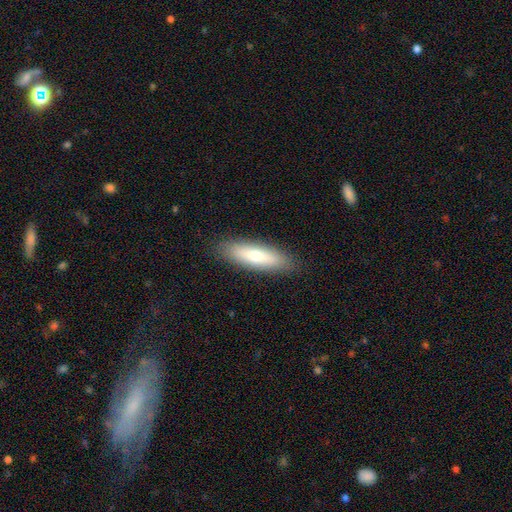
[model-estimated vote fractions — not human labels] smooth 70%, featured or disk 24%, star or artifact 6%. Down the decision tree: how rounded — cigar-shaped (56%); merging — none (89%).